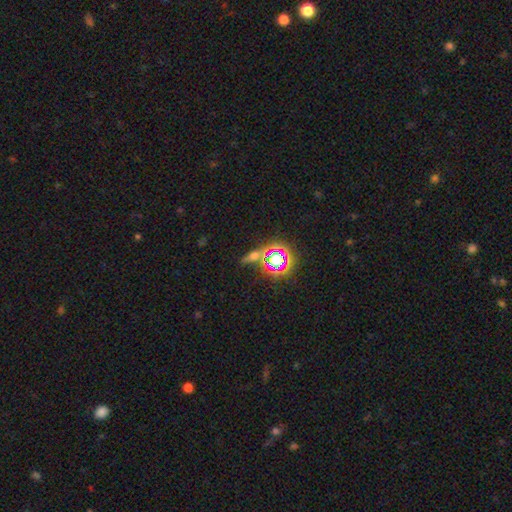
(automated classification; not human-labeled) star or artifact 61%, smooth 23%, featured or disk 16%.